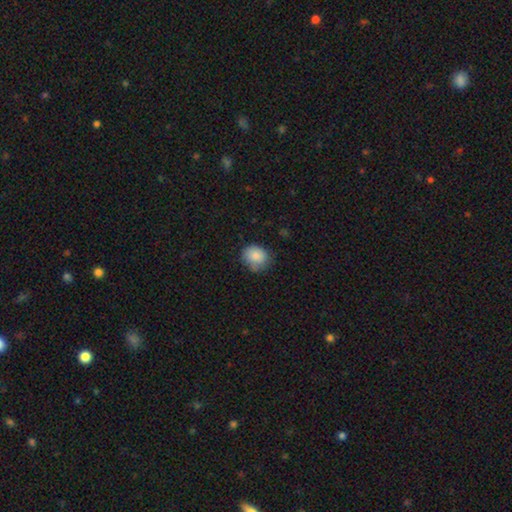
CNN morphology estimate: This is clearly a smooth galaxy (85%). How rounded: likely round (65%). Merging: likely none (70%).